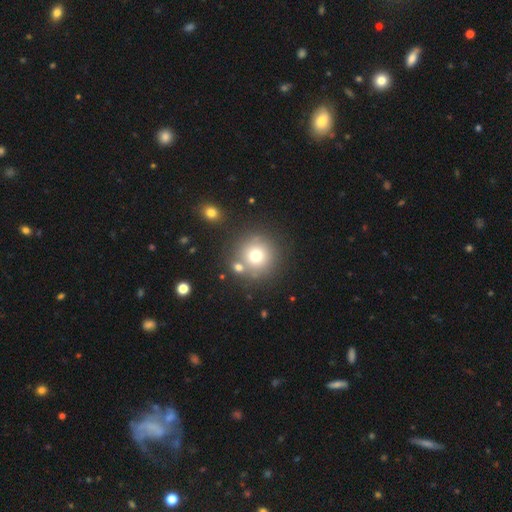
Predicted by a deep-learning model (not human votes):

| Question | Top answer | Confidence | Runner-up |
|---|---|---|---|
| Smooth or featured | smooth | 72% | star or artifact (14%) |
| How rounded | round | 95% | in between (4%) |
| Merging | none | 74% | merger (13%) |